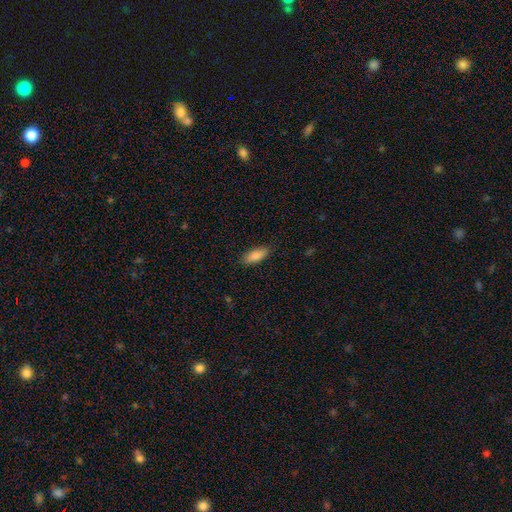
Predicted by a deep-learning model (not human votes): A smooth galaxy with no disk features (86%) that is in between round and cigar-shaped (77%).

Vote fractions:
- Smooth or featured? smooth: 86% / featured or disk: 7% / star or artifact: 6%
- How rounded? in between: 77% / cigar-shaped: 21% / round: 2%
- Merging? none: 85% / minor disturbance: 11% / major disturbance: 2% / merger: 1%